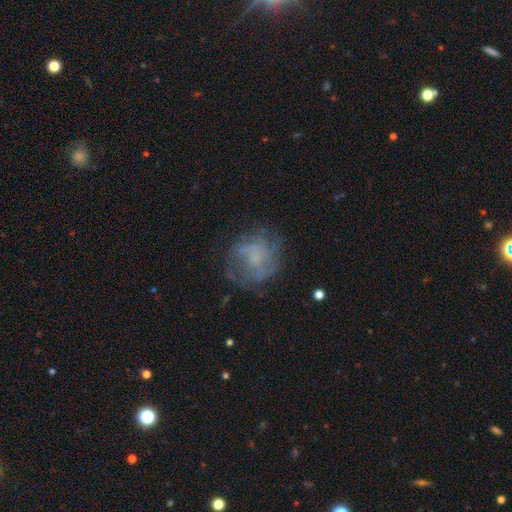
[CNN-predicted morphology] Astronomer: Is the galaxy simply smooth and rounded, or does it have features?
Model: featured or disk — 58%.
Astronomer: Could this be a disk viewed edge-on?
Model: no — 98%.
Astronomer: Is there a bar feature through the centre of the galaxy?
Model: no — 75%.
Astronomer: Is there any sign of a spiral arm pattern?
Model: yes — 63%.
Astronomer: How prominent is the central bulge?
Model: none — 50% (runner-up: small, 28%).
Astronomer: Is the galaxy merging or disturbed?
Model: none — 65%.